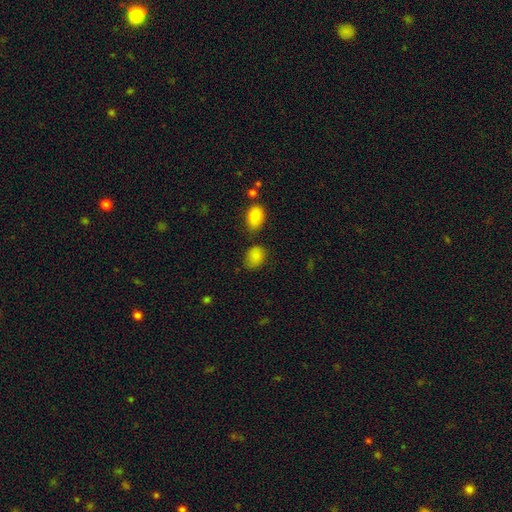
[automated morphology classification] smooth 83%, star or artifact 10%, featured or disk 7%. Down the decision tree: how rounded — in between (65%); merging — none (70%).